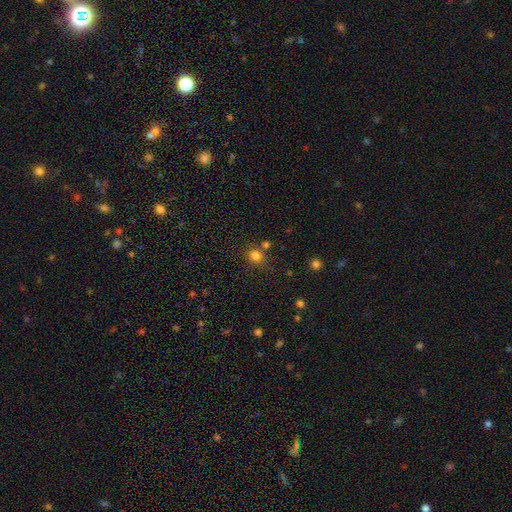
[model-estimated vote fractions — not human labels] smooth 79%, star or artifact 16%, featured or disk 5%. Down the decision tree: how rounded — round (79%); merging — none (72%).